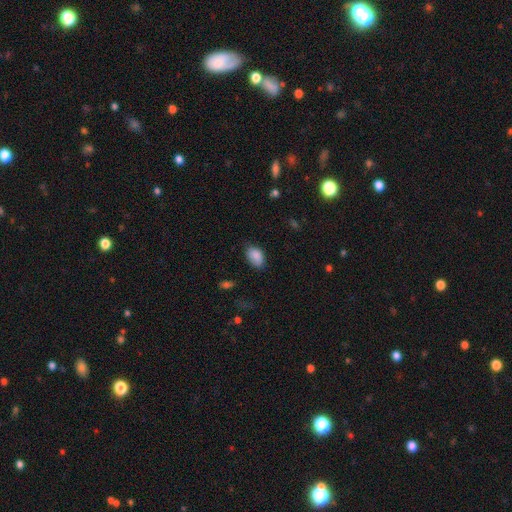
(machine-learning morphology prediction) smooth-or-featured: smooth: 87% | star or artifact: 8% | featured or disk: 5%
  how-rounded: in between: 90% | round: 9% | cigar-shaped: 1%
  merging: none: 71% | minor disturbance: 23% | major disturbance: 4% | merger: 2%